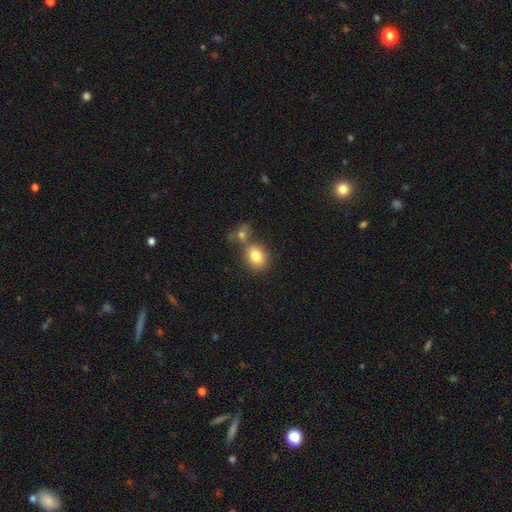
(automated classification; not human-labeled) Smooth or featured? smooth (82%)
How rounded? in between (53%)
Merging? none (53%)